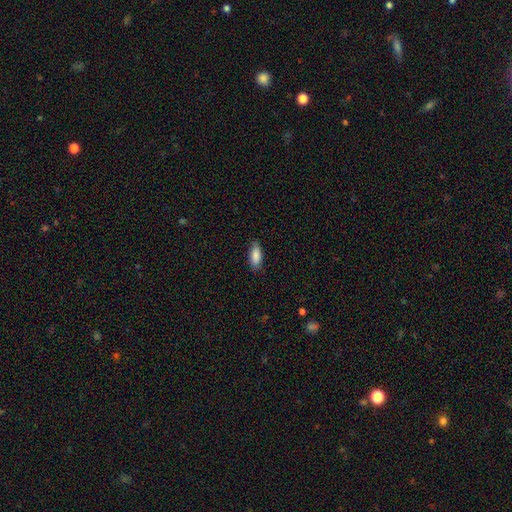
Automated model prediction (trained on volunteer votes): Smooth or featured: smooth — 87% (featured or disk — 6%)
How rounded: in between — 79% (cigar-shaped — 19%)
Merging: none — 83% (minor disturbance — 13%)